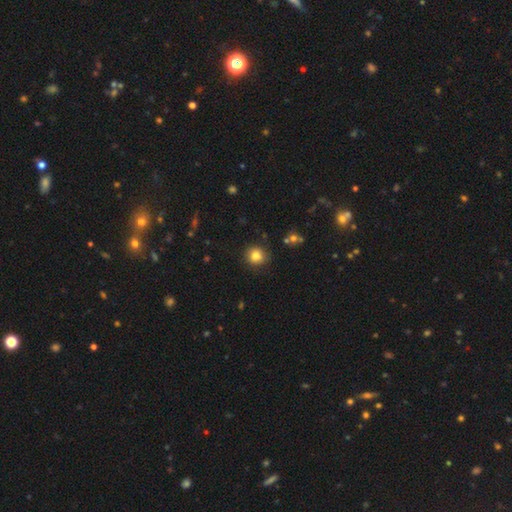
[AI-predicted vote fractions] Smooth or featured?
  - smooth: 82% *
  - star or artifact: 11%
  - featured or disk: 6%
How rounded?
  - round: 86% *
  - in between: 13%
  - cigar-shaped: 1%
Merging?
  - none: 85% *
  - minor disturbance: 10%
  - major disturbance: 3%
  - merger: 2%